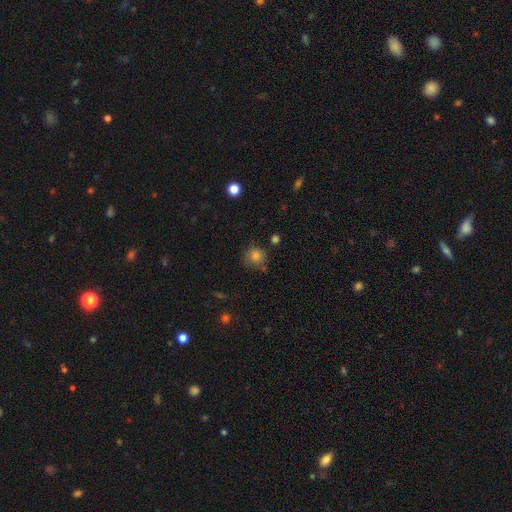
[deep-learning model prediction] smooth-or-featured: smooth: 82% | star or artifact: 12% | featured or disk: 7%
  how-rounded: round: 87% | in between: 12% | cigar-shaped: 1%
  merging: none: 70% | minor disturbance: 19% | merger: 5% | major disturbance: 5%